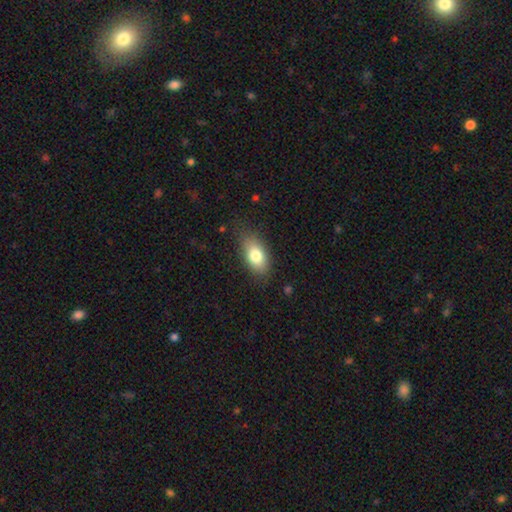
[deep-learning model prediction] smooth-or-featured: smooth: 79% | featured or disk: 14% | star or artifact: 8%
  how-rounded: in between: 88% | round: 7% | cigar-shaped: 5%
  merging: none: 77% | minor disturbance: 17% | major disturbance: 4% | merger: 1%